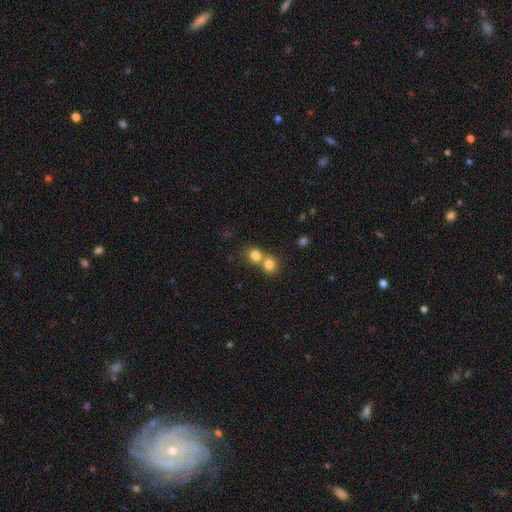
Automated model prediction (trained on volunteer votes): Morphology: type=smooth (78%); roundness=round (81%); merging=merger (55%).